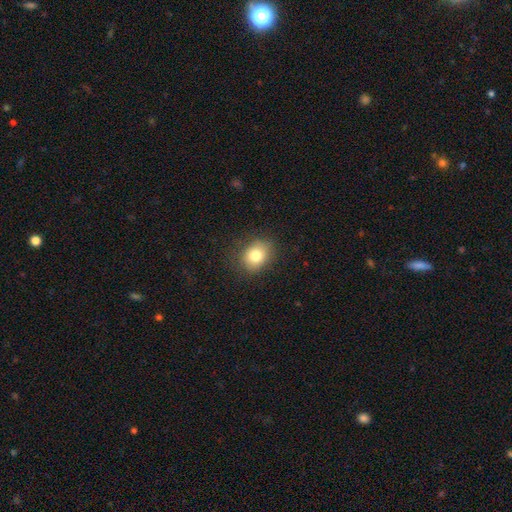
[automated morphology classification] A smooth galaxy with no disk features (80%) that is round (52%). Merging: none (84%).